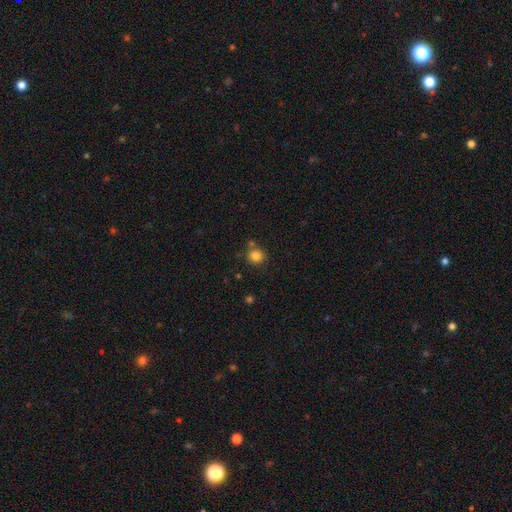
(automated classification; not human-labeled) Q: Smooth or featured?
A: smooth (84%); runner-up: star or artifact (12%)
Q: How rounded?
A: round (92%); runner-up: in between (7%)
Q: Merging?
A: none (76%); runner-up: merger (11%)